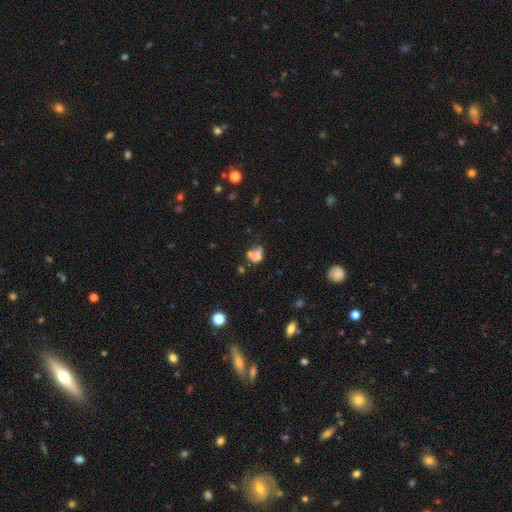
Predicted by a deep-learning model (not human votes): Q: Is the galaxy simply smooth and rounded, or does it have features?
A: smooth — 58%.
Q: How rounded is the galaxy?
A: in between — 61%.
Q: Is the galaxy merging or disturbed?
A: merger — 48%.